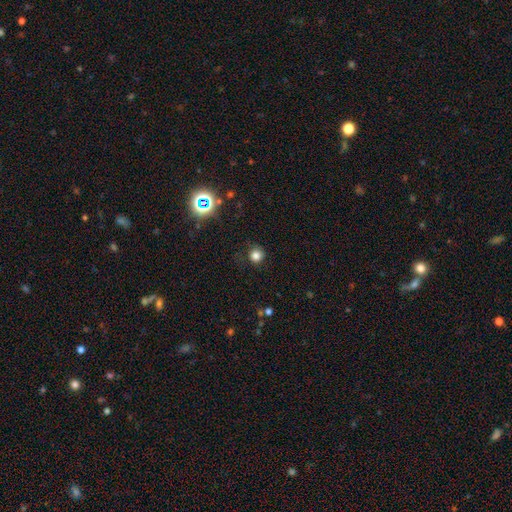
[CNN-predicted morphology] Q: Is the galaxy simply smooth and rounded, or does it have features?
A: smooth — 77%.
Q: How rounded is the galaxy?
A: round — 92%.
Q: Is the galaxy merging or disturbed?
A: none — 83%.